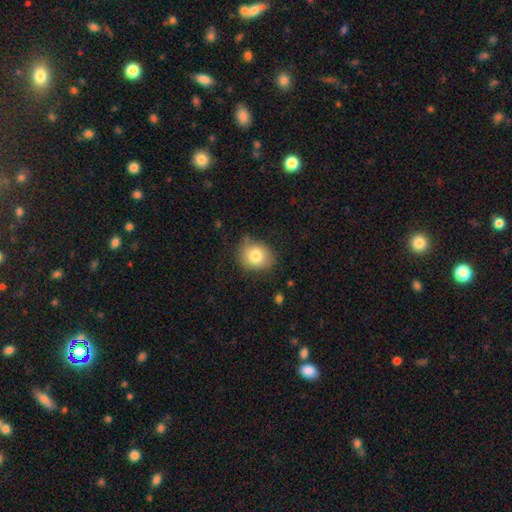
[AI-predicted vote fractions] This is clearly a smooth galaxy (80%). How rounded: likely round (63%). Merging: likely none (76%).